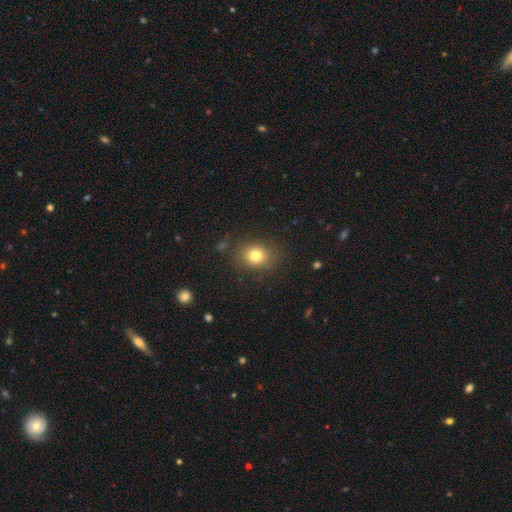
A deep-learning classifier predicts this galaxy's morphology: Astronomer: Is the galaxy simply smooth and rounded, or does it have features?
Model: smooth — 78%.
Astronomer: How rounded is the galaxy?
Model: round — 64%.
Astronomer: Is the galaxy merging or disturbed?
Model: none — 83%.